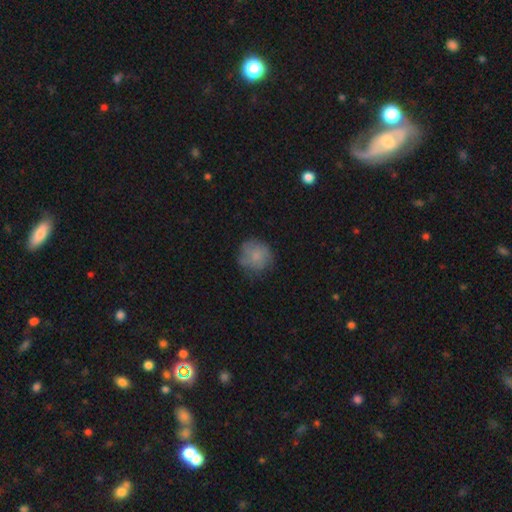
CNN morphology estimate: The model was most divided on "merging": none: 66%, minor disturbance: 24%, major disturbance: 8%, merger: 2%. More confident: how rounded — round (87%); smooth or featured — smooth (69%).